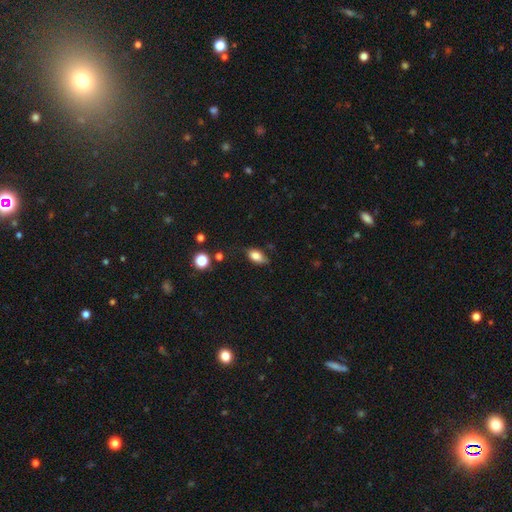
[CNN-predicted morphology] Overall: smooth (79%). How rounded: in between (87%). Merging: none (70%).